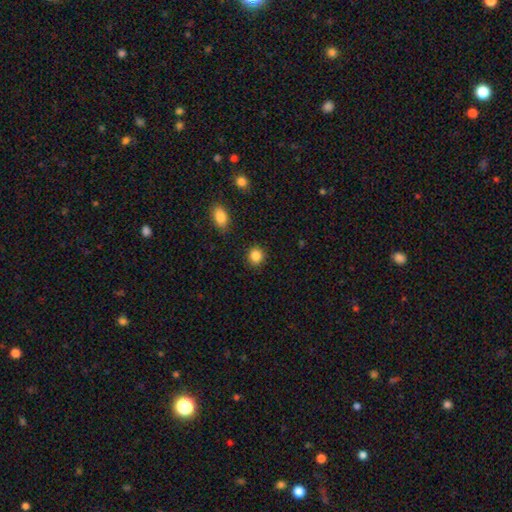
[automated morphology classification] Smooth or featured? Predicted: smooth (p=0.86). How rounded? Predicted: round (p=0.84). Merging? Predicted: none (p=0.90).